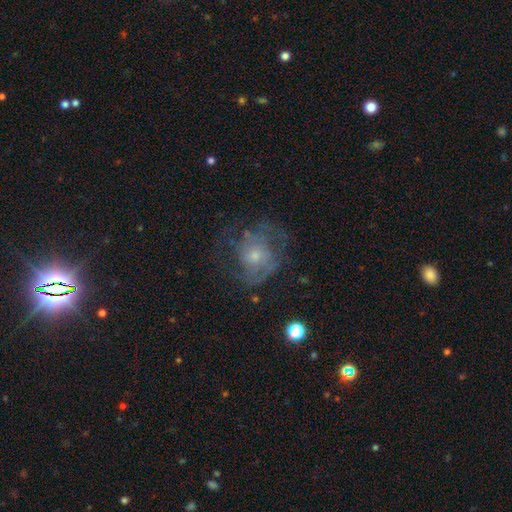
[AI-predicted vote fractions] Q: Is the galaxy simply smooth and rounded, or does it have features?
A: featured or disk — 65%.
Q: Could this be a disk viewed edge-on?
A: no — 97%.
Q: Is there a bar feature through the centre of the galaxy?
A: no — 79%.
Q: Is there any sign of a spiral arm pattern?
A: yes — 70%.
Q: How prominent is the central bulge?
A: small — 50%.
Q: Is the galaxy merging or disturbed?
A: none — 51%.